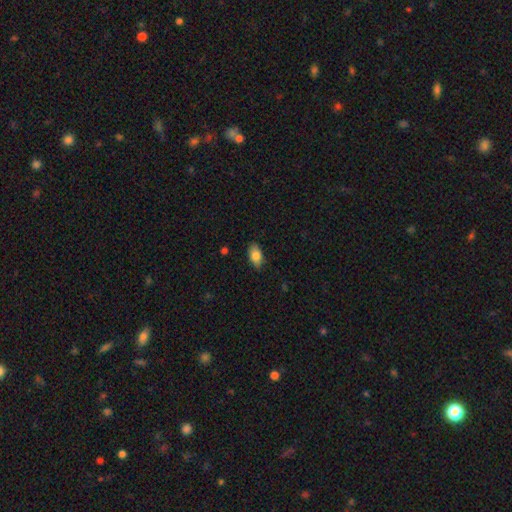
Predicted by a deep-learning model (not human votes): smooth_or_featured: smooth (p=0.84) [alt: featured or disk p=0.09]
how_rounded: in between (p=0.91) [alt: round p=0.05]
merging: none (p=0.84) [alt: minor disturbance p=0.12]